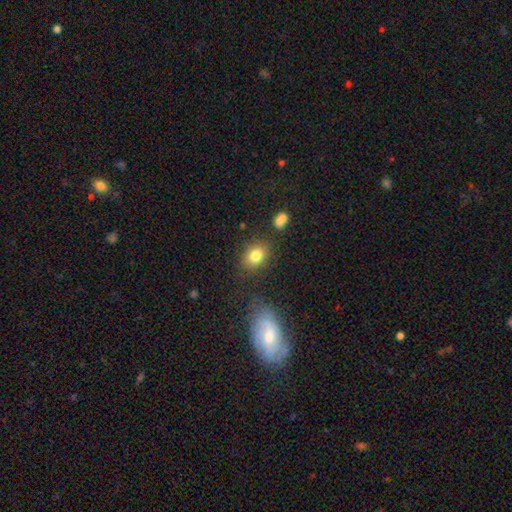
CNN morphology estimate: A smooth galaxy with no disk features (82%) that is in between round and cigar-shaped (64%).

Vote fractions:
- Smooth or featured? smooth: 82% / star or artifact: 10% / featured or disk: 8%
- How rounded? in between: 64% / round: 35% / cigar-shaped: 1%
- Merging? none: 80% / minor disturbance: 12% / merger: 4% / major disturbance: 4%